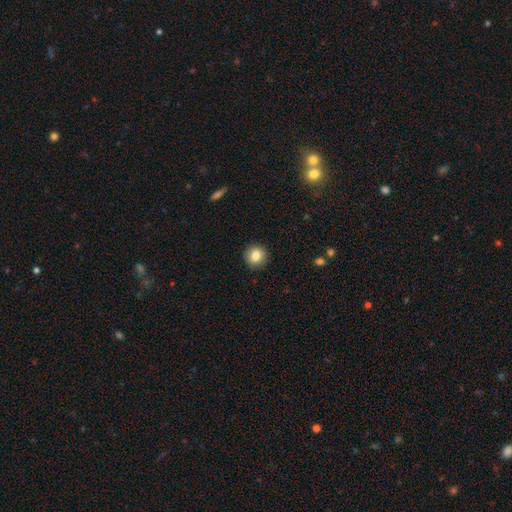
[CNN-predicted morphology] Smooth or featured? smooth (83%)
How rounded? round (91%)
Merging? none (91%)